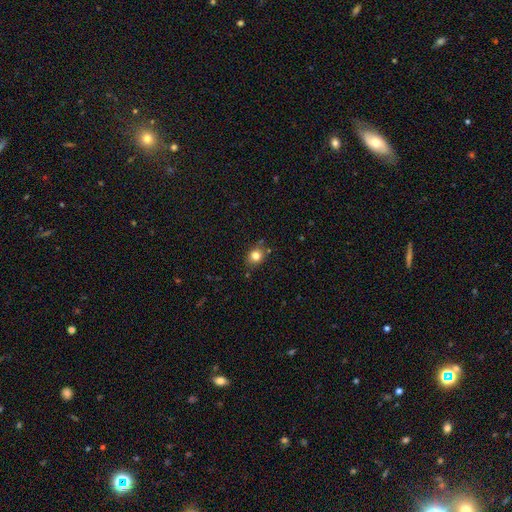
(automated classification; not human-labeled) A smooth galaxy with no disk features (81%) that is round (70%). Merging: none (80%).